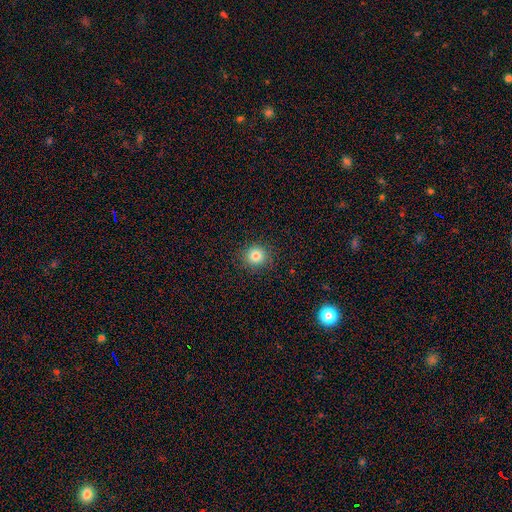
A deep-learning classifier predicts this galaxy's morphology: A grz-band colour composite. It shows a smooth galaxy with no disk features (82%) that is round (88%). Merging: none (89%).